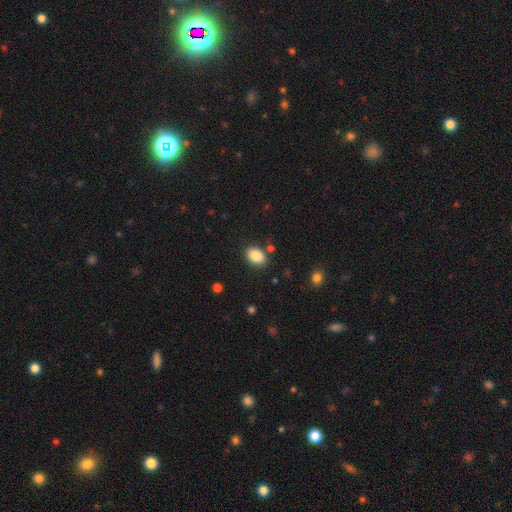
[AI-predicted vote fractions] smooth 87%, star or artifact 8%, featured or disk 5%. Down the decision tree: how rounded — in between (85%); merging — none (83%).